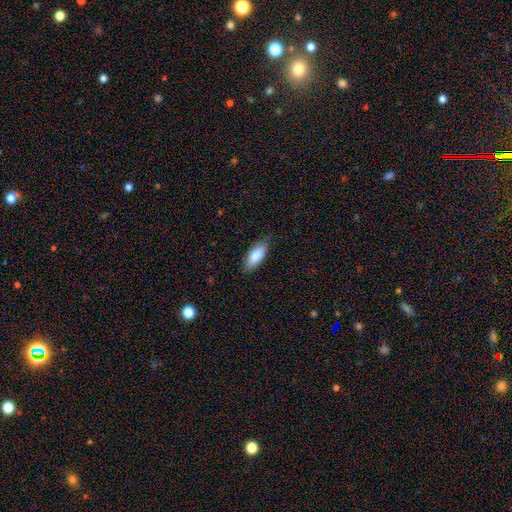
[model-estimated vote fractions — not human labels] A smooth galaxy with no disk features (85%) that is in between round and cigar-shaped (81%). Merging: none (79%).